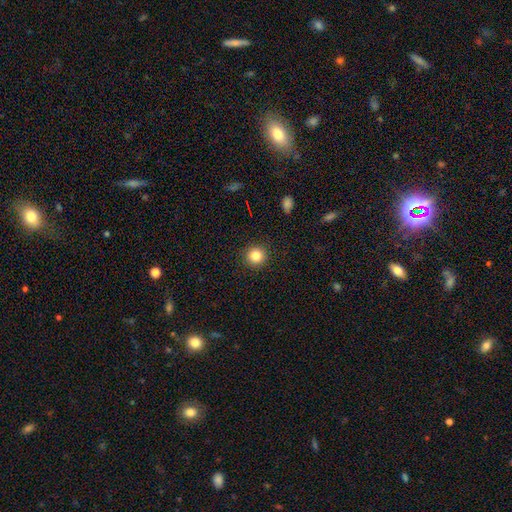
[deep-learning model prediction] smooth 84%, star or artifact 11%, featured or disk 5%. Down the decision tree: how rounded — round (94%); merging — none (92%).